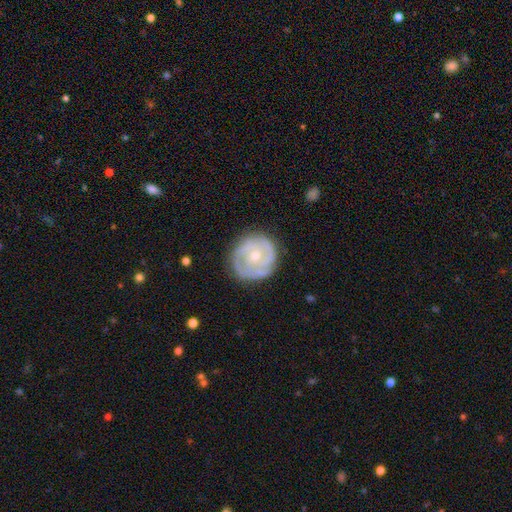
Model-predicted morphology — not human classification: Overall: featured or disk (75%). Edge-on disk: no (98%). Bar: no (71%). Spiral arms: yes (84%). Spiral arm count: 2 (30%; can't tell 29%). Spiral winding: tight (61%; medium 30%). Bulge size: small (51%; moderate 45%). Merging: none (77%).